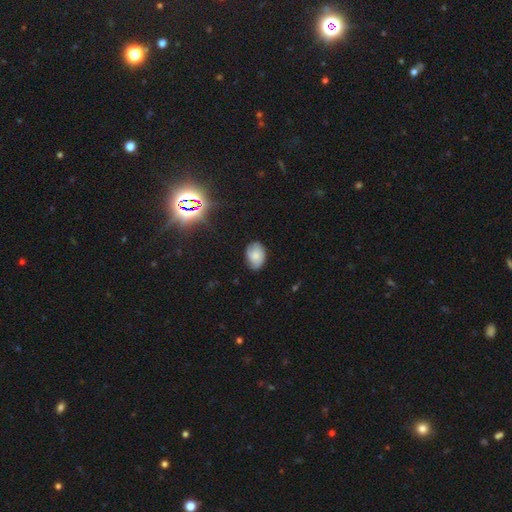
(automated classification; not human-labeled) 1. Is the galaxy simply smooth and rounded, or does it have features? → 60% smooth, 30% featured or disk, 10% star or artifact.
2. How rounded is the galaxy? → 75% in between, 24% round, 1% cigar-shaped.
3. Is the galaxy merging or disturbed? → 74% none, 20% minor disturbance, 4% major disturbance, 1% merger.